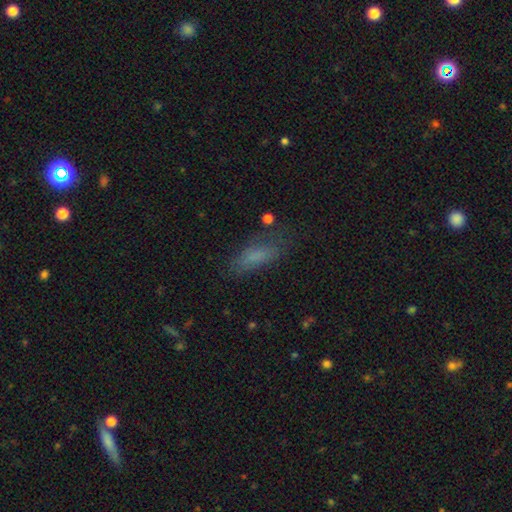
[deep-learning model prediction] Smooth or featured?
  - smooth: 73% *
  - featured or disk: 14%
  - star or artifact: 13%
How rounded?
  - in between: 60% *
  - cigar-shaped: 37%
  - round: 3%
Merging?
  - none: 65% *
  - minor disturbance: 21%
  - major disturbance: 11%
  - merger: 3%